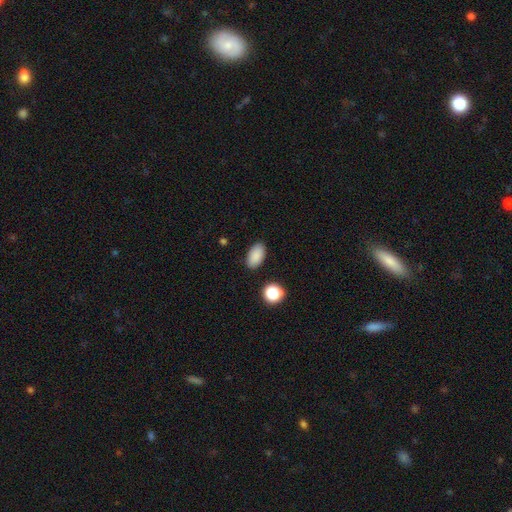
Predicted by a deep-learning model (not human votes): This appears to be a smooth galaxy with no disk features (88%) that is in between round and cigar-shaped (93%). Merging: none (87%).